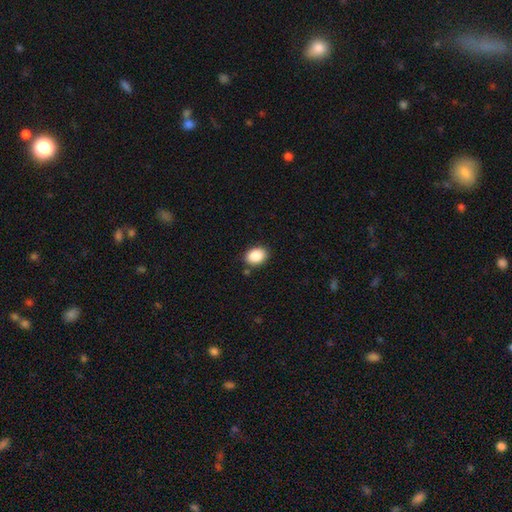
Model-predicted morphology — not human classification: This appears to be a smooth galaxy with no disk features (88%) that is in between round and cigar-shaped (71%). Merging: none (86%).